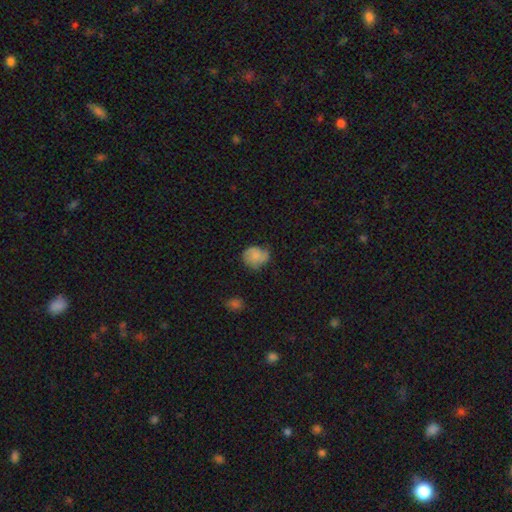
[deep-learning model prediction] The model was most divided on "merging": none: 59%, minor disturbance: 30%, major disturbance: 9%, merger: 2%. More confident: how rounded — round (68%); smooth or featured — smooth (65%).